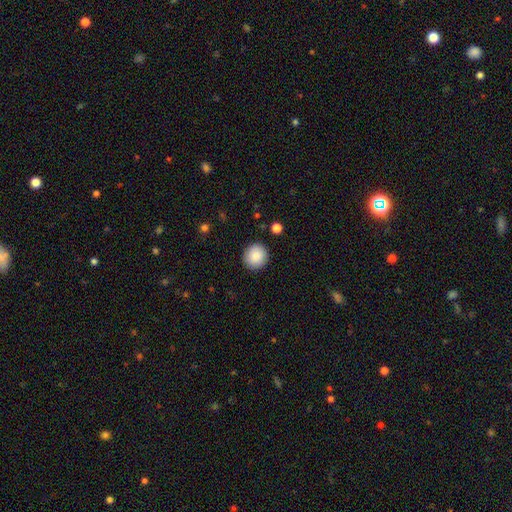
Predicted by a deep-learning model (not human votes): Smooth or featured? Predicted: smooth (p=0.89). How rounded? Predicted: round (p=0.90). Merging? Predicted: none (p=0.91).